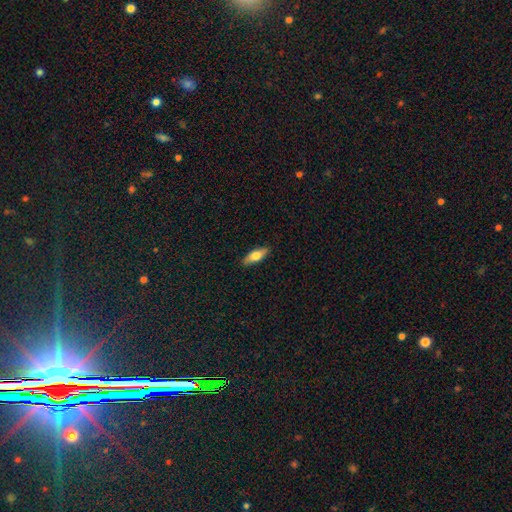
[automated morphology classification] Smooth or featured?
  - smooth: 69% *
  - featured or disk: 25%
  - star or artifact: 6%
How rounded?
  - in between: 66% *
  - cigar-shaped: 31%
  - round: 3%
Merging?
  - none: 88% *
  - minor disturbance: 9%
  - major disturbance: 2%
  - merger: 1%